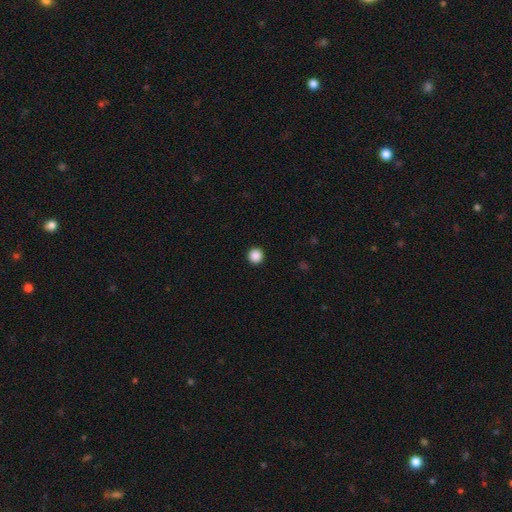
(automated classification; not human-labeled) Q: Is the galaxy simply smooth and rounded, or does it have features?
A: smooth — 88%.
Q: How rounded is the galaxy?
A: round — 96%.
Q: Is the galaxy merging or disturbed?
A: none — 94%.